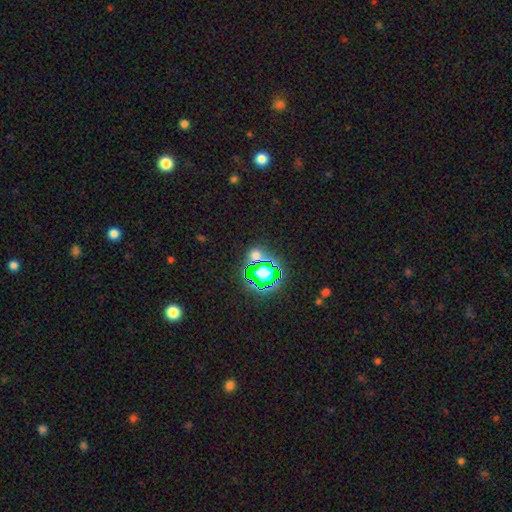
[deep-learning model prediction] The model was most divided on "smooth or featured": star or artifact: 58%, smooth: 33%, featured or disk: 9%.